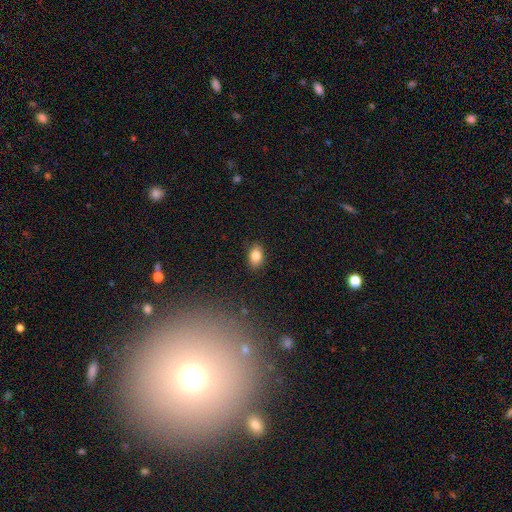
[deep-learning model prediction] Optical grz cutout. It shows a smooth galaxy with no disk features (83%) that is in between round and cigar-shaped (83%). Merging: none (88%).